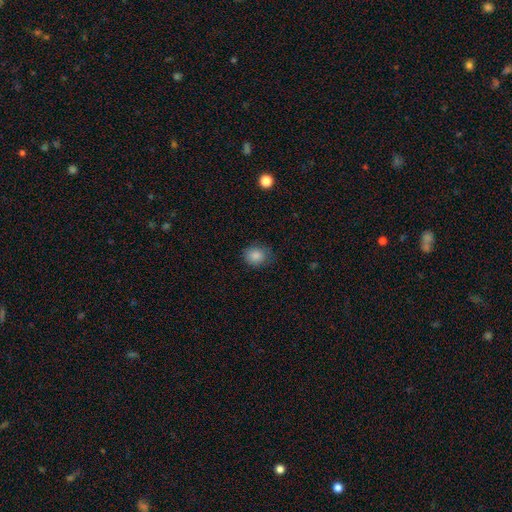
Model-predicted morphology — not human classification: Smooth or featured?
  - smooth: 86% *
  - star or artifact: 10%
  - featured or disk: 5%
How rounded?
  - round: 67% *
  - in between: 32%
  - cigar-shaped: 1%
Merging?
  - none: 79% *
  - minor disturbance: 16%
  - major disturbance: 4%
  - merger: 1%